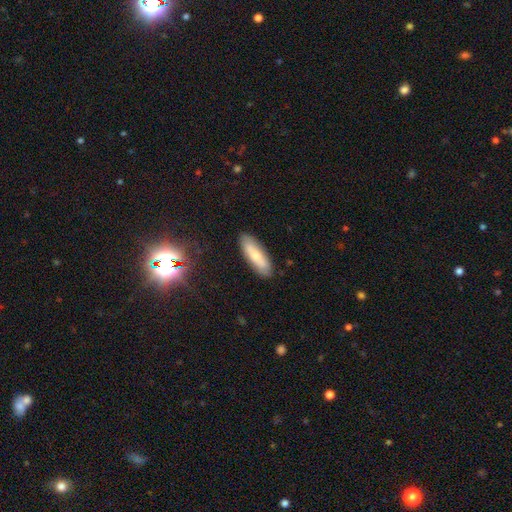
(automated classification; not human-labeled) A smooth galaxy with no disk features (69%) that is in between round and cigar-shaped (53%). Merging: none (86%).